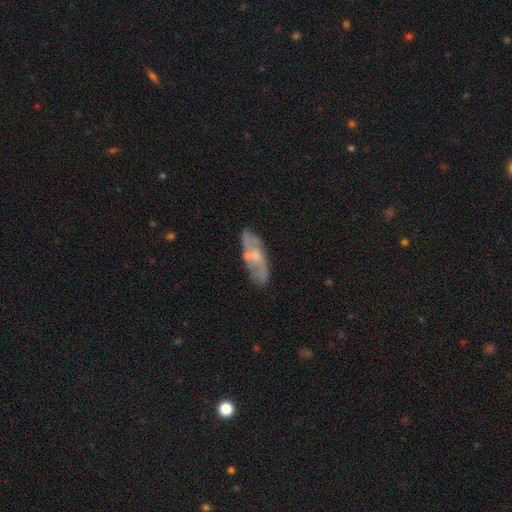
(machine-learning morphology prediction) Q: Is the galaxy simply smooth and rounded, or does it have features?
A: featured or disk — 57%.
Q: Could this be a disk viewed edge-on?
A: no — 79%.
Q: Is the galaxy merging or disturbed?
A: none — 66%.